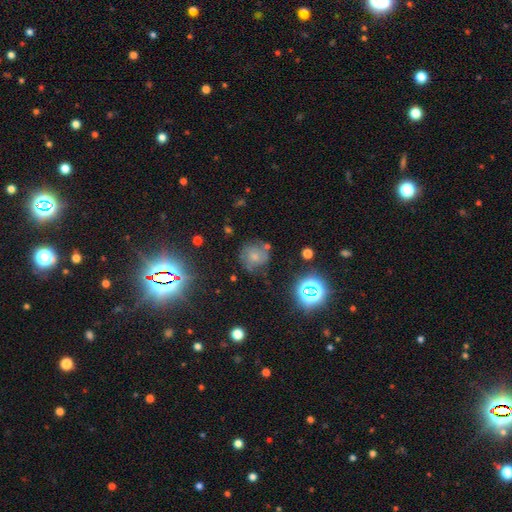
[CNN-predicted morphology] A smooth galaxy with no disk features (42%).

Vote fractions:
- Smooth or featured? smooth: 42% / featured or disk: 38% / star or artifact: 20%
- Merging? none: 61% / minor disturbance: 22% / major disturbance: 12% / merger: 6%